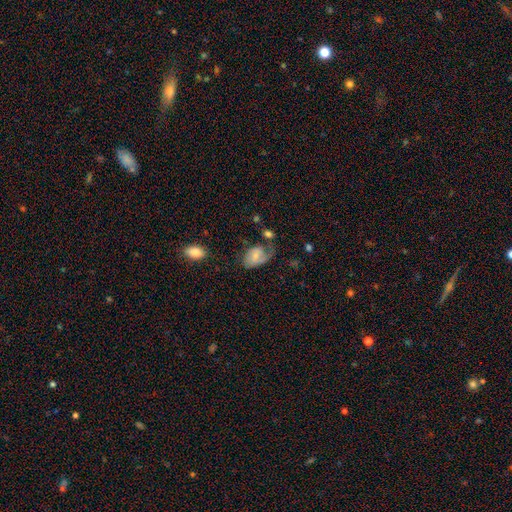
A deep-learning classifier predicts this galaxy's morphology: Smooth or featured? smooth (53%)
How rounded? in between (83%)
Merging? none (33%)